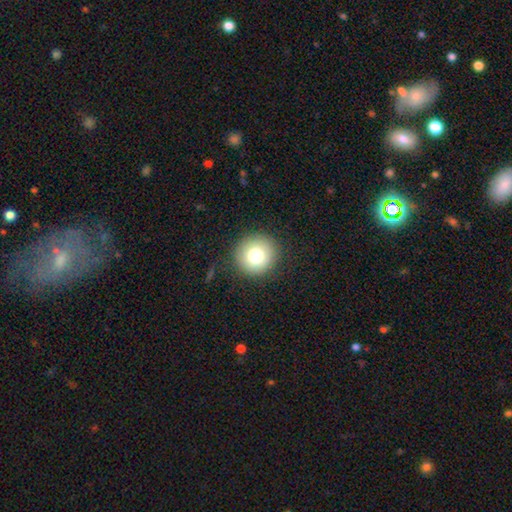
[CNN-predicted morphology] Smooth or featured? smooth (78%)
How rounded? round (94%)
Merging? none (90%)